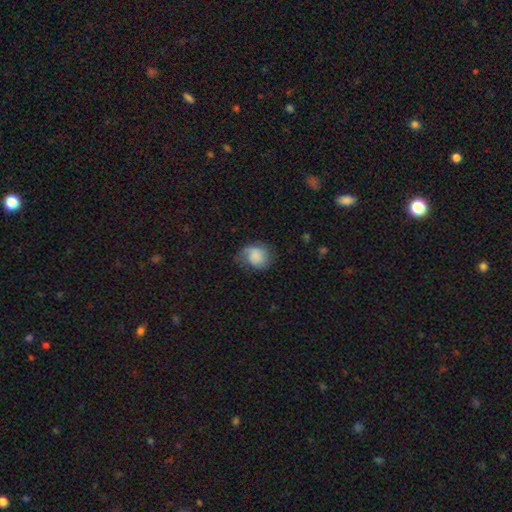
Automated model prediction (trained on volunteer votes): A smooth galaxy with no disk features (67%) that is round (59%). Merging: none (47%).